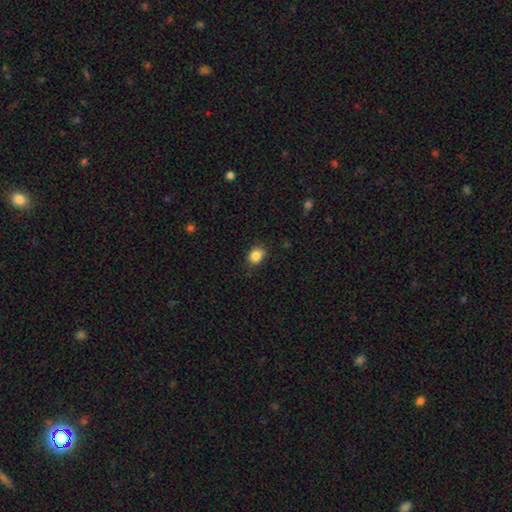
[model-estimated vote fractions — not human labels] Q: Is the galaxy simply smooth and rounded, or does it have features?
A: smooth — 85%.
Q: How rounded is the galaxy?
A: in between — 52%.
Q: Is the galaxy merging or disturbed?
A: none — 77%.